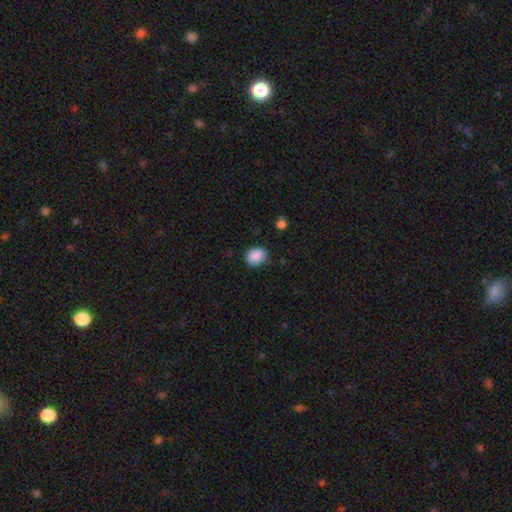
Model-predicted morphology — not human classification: type=smooth (89%); roundness=round (51%); merging=none (78%).